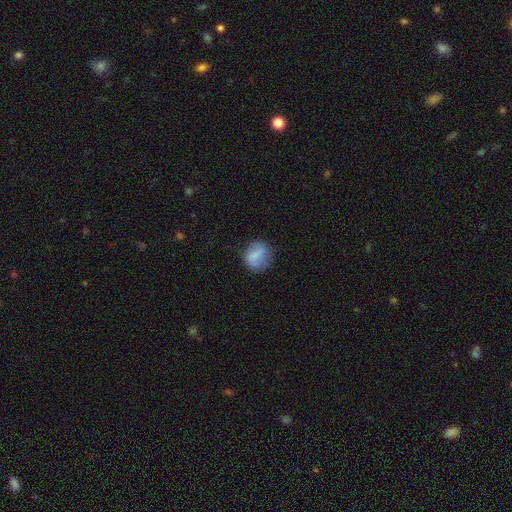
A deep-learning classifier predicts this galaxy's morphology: smooth 74%, featured or disk 18%, star or artifact 8%. Down the decision tree: how rounded — round (73%); merging — none (74%).